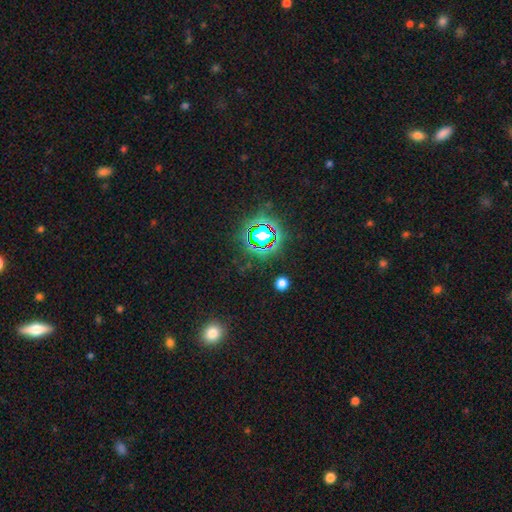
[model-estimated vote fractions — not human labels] This is likely a star or artifact rather than a galaxy (76%).